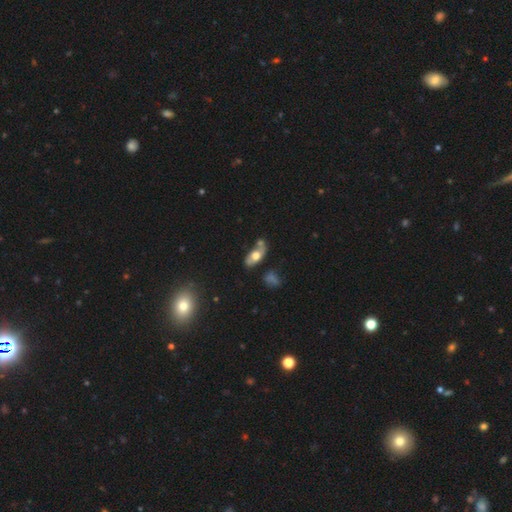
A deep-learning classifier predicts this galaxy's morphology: Smooth or featured? Predicted: smooth (p=0.53). How rounded? Predicted: in between (p=0.82). Merging? Predicted: none (p=0.41).